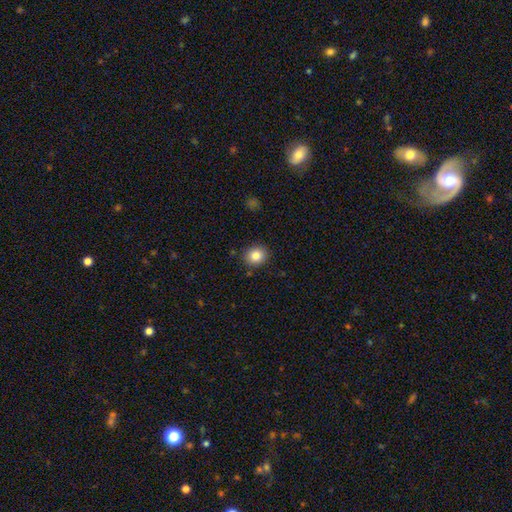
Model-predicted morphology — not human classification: Smooth or featured? smooth (84%)
How rounded? round (76%)
Merging? none (88%)